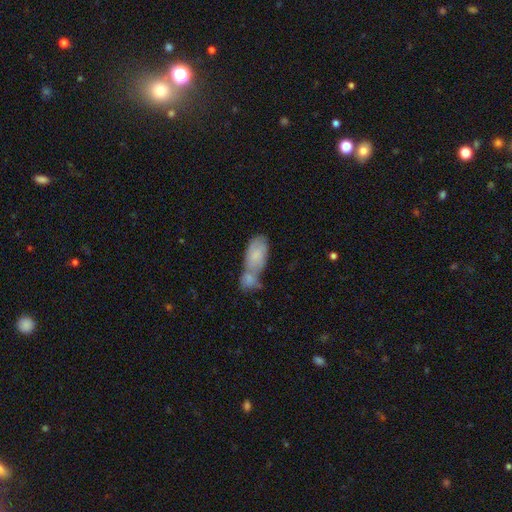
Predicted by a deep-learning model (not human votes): The model was most divided on "merging": merger: 65%, none: 19%, minor disturbance: 10%, major disturbance: 5%. More confident: how rounded — in between (87%); smooth or featured — smooth (71%).